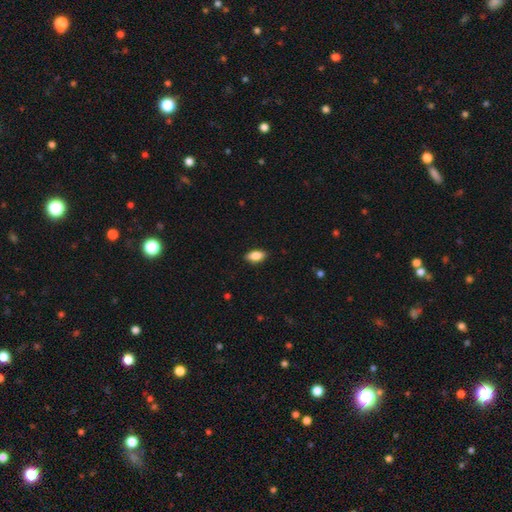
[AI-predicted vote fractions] Smooth or featured: smooth — 84% (featured or disk — 9%)
How rounded: in between — 89% (cigar-shaped — 8%)
Merging: none — 87% (minor disturbance — 10%)